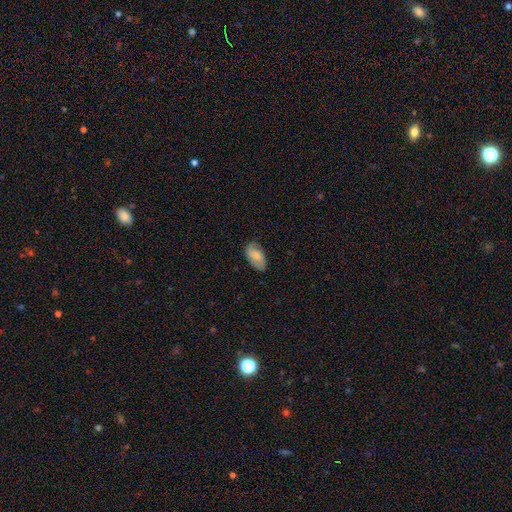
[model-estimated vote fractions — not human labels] Morphology: type=smooth (55%); roundness=in between (93%); merging=none (74%).